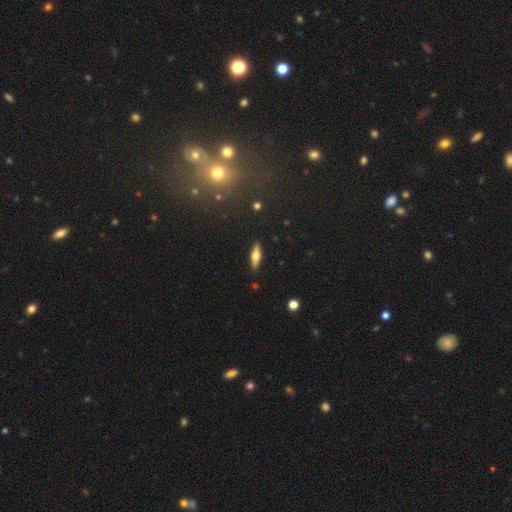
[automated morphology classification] smooth-or-featured: smooth: 48% | featured or disk: 45% | star or artifact: 7%
  merging: none: 89% | minor disturbance: 8% | major disturbance: 2% | merger: 1%